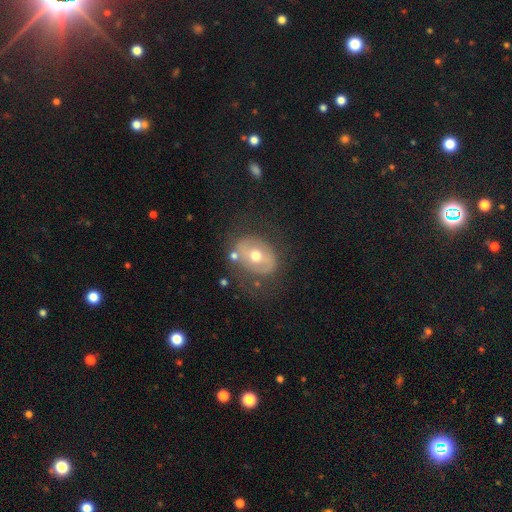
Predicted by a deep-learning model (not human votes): smooth-or-featured: featured or disk: 56% | smooth: 36% | star or artifact: 8%
  disk-edge-on: no: 94% | yes: 6%
    bar: no: 48% | weak: 31% | strong: 21%
    has-spiral-arms: no: 67% | yes: 33%
    bulge-size: moderate: 77% | small: 14% | large: 7% | dominant: 1% | none: 1%
  merging: none: 66% | minor disturbance: 18% | major disturbance: 11% | merger: 5%